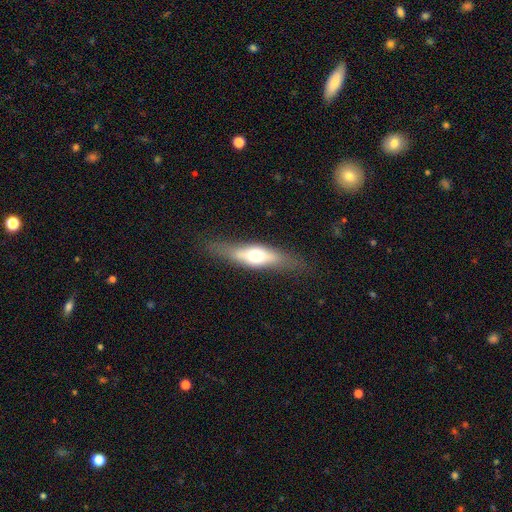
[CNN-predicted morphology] type=featured or disk (48%); merging=none (79%).